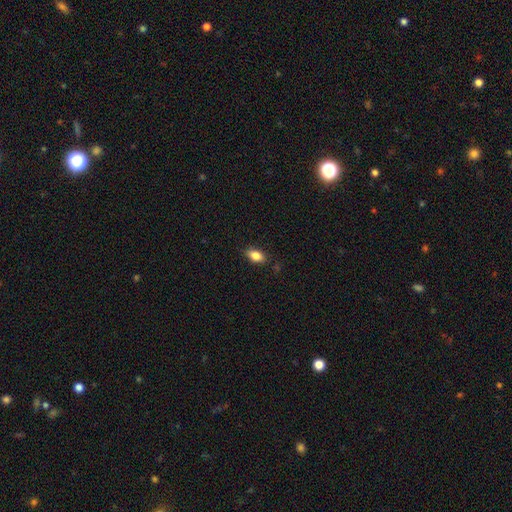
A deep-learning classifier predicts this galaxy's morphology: A smooth galaxy with no disk features (83%) that is in between round and cigar-shaped (87%).

Vote fractions:
- Smooth or featured? smooth: 83% / featured or disk: 9% / star or artifact: 8%
- How rounded? in between: 87% / round: 7% / cigar-shaped: 6%
- Merging? none: 82% / minor disturbance: 14% / major disturbance: 3% / merger: 1%